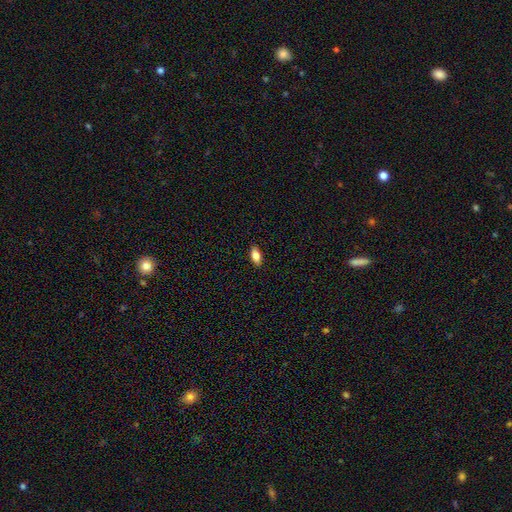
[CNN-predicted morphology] Smooth or featured?
  - smooth: 81% *
  - featured or disk: 11%
  - star or artifact: 8%
How rounded?
  - in between: 86% *
  - cigar-shaped: 10%
  - round: 3%
Merging?
  - none: 89% *
  - minor disturbance: 8%
  - major disturbance: 2%
  - merger: 1%